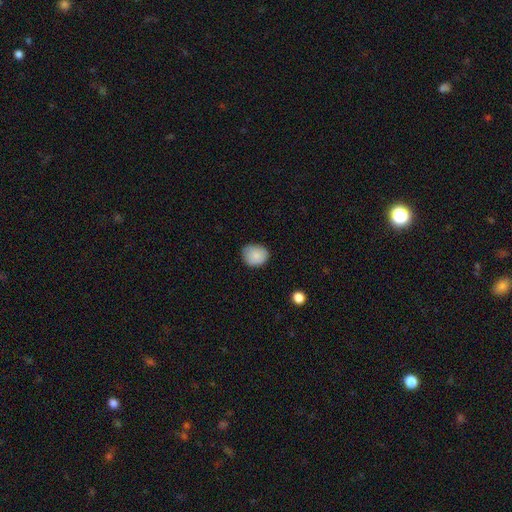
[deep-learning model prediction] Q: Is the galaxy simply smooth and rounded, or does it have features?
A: smooth — 86%.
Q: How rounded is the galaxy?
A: round — 70%.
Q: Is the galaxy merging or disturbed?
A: none — 76%.